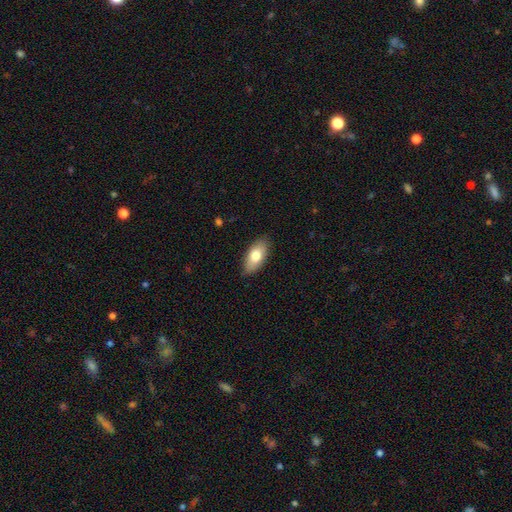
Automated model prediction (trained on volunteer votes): Morphology: type=smooth (76%); roundness=in between (90%); merging=none (85%).